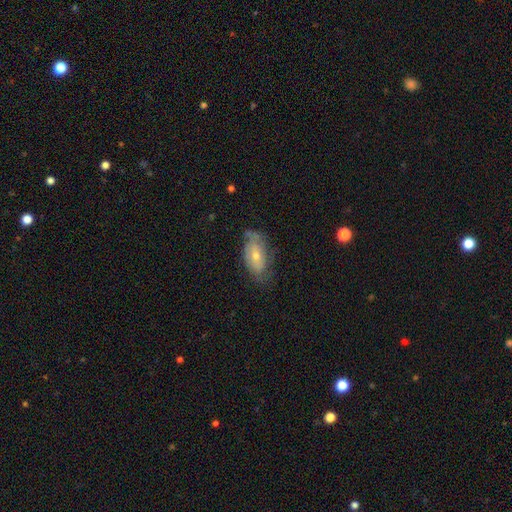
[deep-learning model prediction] Smooth or featured: featured or disk — 58% (smooth — 34%)
Edge-on disk: no — 90% (yes — 10%)
Bar: no — 69% (weak — 25%)
Spiral arms: yes — 74% (no — 26%)
Bulge size: small — 52% (moderate — 43%)
Merging: none — 63% (minor disturbance — 25%)